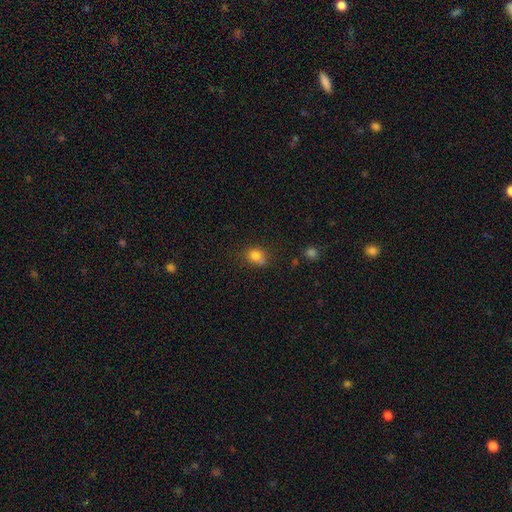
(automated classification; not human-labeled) A smooth galaxy with no disk features (80%) that is round (61%).

Vote fractions:
- Smooth or featured? smooth: 80% / star or artifact: 12% / featured or disk: 8%
- How rounded? round: 61% / in between: 38% / cigar-shaped: 1%
- Merging? none: 52% / minor disturbance: 22% / merger: 18% / major disturbance: 7%